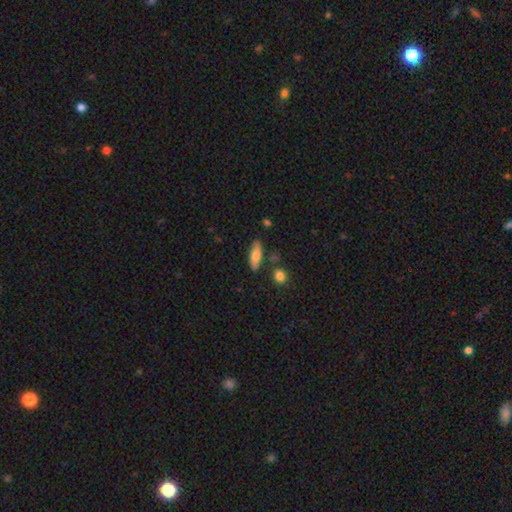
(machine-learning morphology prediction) smooth 74%, featured or disk 20%, star or artifact 7%. Down the decision tree: how rounded — in between (60%); merging — none (81%).